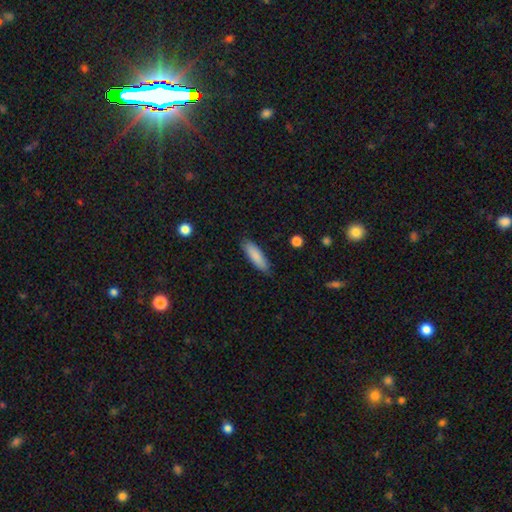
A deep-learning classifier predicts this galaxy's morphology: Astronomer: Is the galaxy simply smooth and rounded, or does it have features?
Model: smooth — 85%.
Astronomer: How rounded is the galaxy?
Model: cigar-shaped — 57% (runner-up: in between, 42%).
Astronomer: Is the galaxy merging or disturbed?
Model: none — 84%.